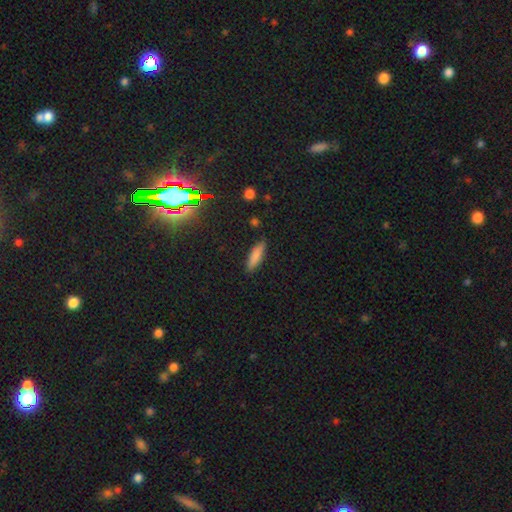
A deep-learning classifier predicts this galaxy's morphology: A smooth galaxy with no disk features (82%) that is cigar-shaped (61%). Merging: none (87%).